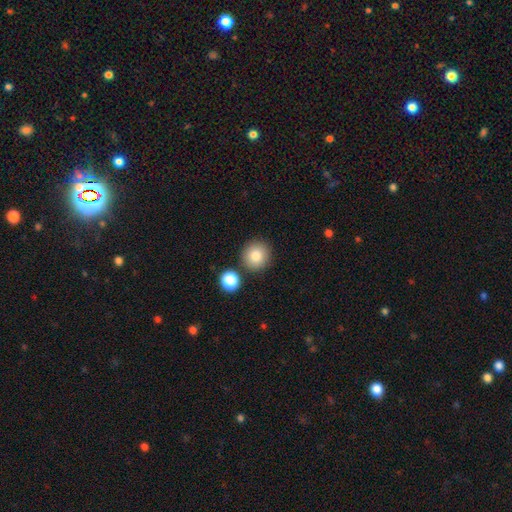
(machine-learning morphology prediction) A smooth galaxy with no disk features (83%) that is round (93%). Merging: none (83%).